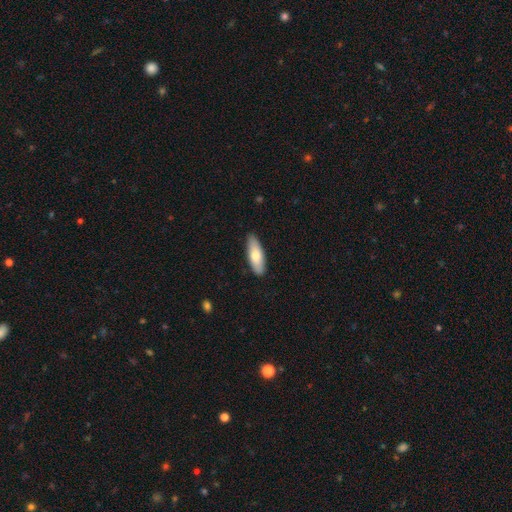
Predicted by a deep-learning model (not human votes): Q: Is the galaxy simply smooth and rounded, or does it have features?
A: smooth — 73%.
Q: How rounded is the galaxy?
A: in between — 63%.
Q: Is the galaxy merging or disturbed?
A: none — 87%.